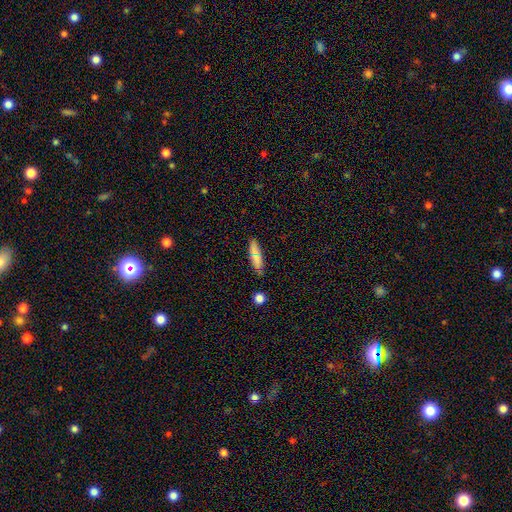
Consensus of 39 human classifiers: Morphology: type=smooth (72%); roundness=cigar-shaped (86%); merging=none (88%).